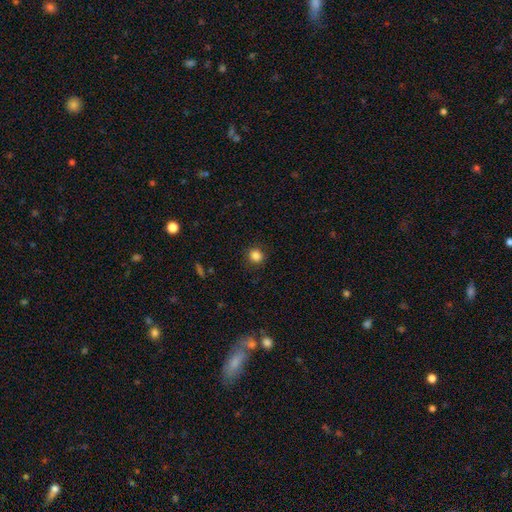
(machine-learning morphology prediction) Smooth or featured? smooth (85%)
How rounded? round (85%)
Merging? none (89%)